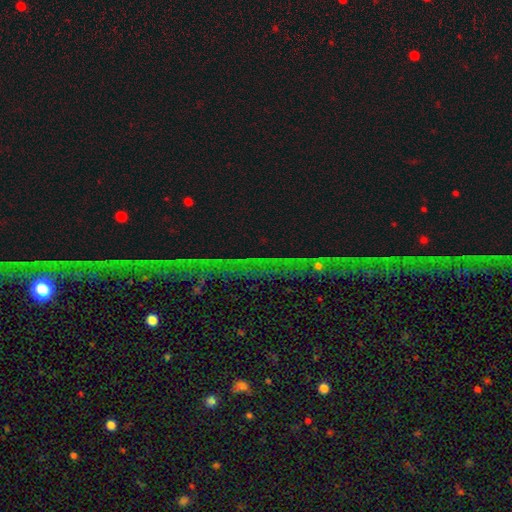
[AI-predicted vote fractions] Q: Smooth or featured?
A: star or artifact (77%); runner-up: featured or disk (12%)